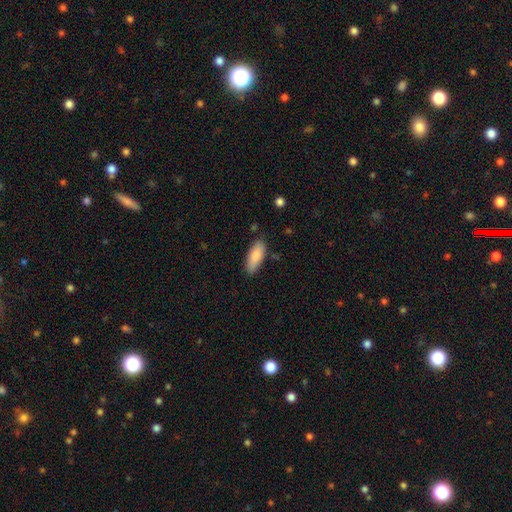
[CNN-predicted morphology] type=smooth (86%); roundness=in between (76%); merging=none (82%).